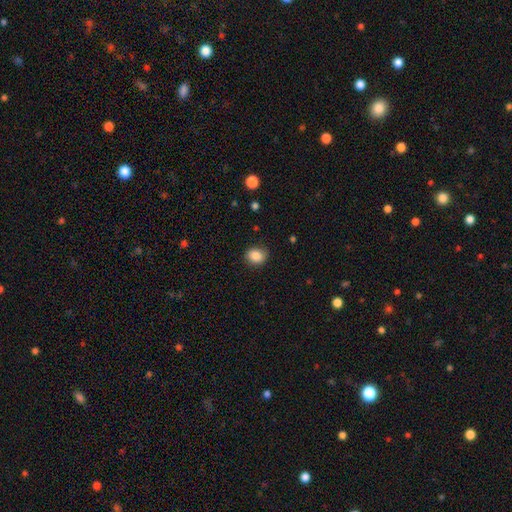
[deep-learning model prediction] This is clearly a smooth galaxy (87%). How rounded: possibly round (59%). Merging: clearly none (82%).